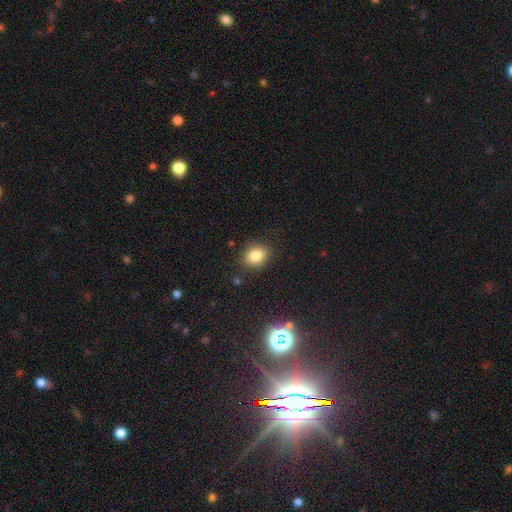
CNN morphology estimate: smooth-or-featured: smooth: 82% | star or artifact: 12% | featured or disk: 6%
  how-rounded: in between: 57% | round: 42% | cigar-shaped: 1%
  merging: none: 84% | minor disturbance: 11% | major disturbance: 3% | merger: 2%